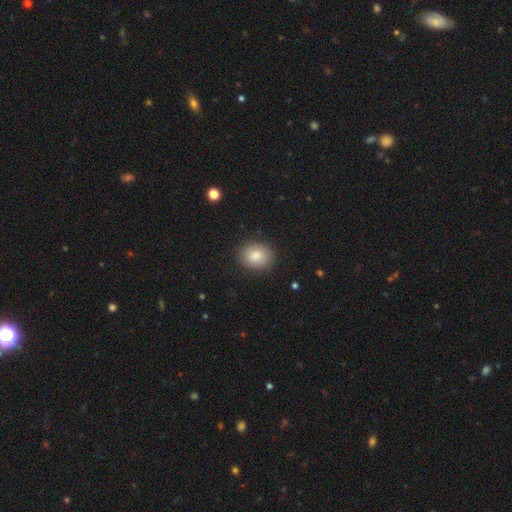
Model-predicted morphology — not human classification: Smooth or featured: smooth — 85% (featured or disk — 8%)
How rounded: round — 57% (in between — 43%)
Merging: none — 88% (minor disturbance — 9%)